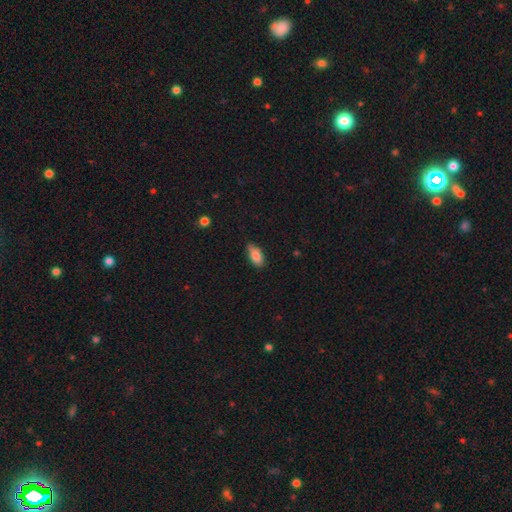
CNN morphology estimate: Q: Smooth or featured?
A: smooth (82%); runner-up: featured or disk (11%)
Q: How rounded?
A: in between (89%); runner-up: cigar-shaped (8%)
Q: Merging?
A: none (74%); runner-up: minor disturbance (22%)